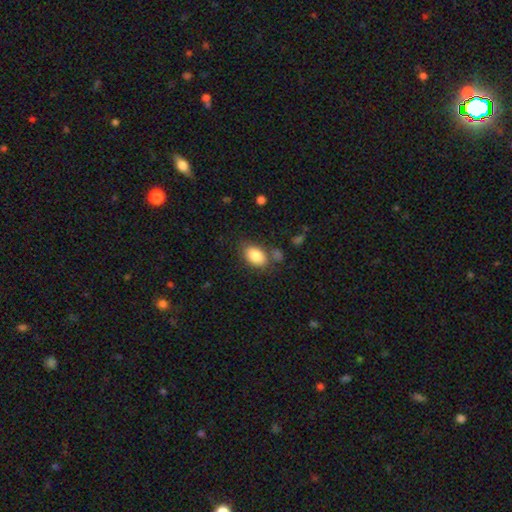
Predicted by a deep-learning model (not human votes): smooth 85%, featured or disk 8%, star or artifact 7%. Down the decision tree: how rounded — in between (90%); merging — none (72%).